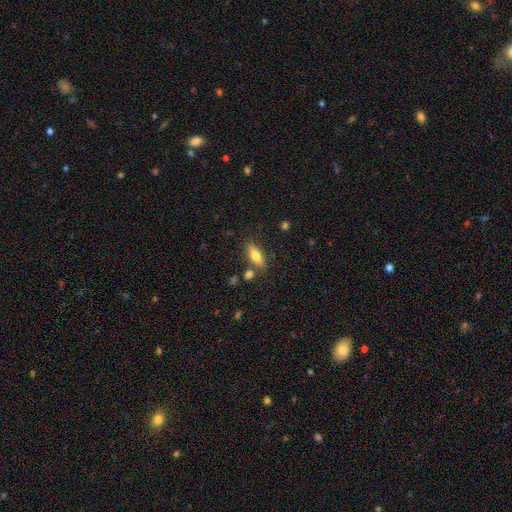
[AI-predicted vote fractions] Smooth or featured? Predicted: smooth (p=0.72). How rounded? Predicted: in between (p=0.67). Merging? Predicted: none (p=0.76).